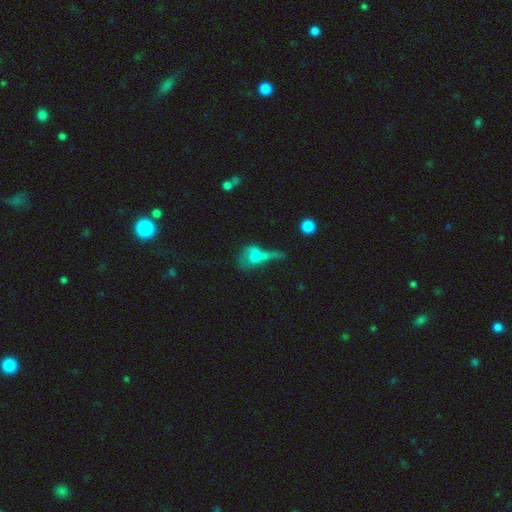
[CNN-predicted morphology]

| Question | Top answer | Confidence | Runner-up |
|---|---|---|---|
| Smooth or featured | smooth | 56% | featured or disk (32%) |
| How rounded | in between | 58% | round (36%) |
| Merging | merger | 34% | tied: major disturbance (34%) |